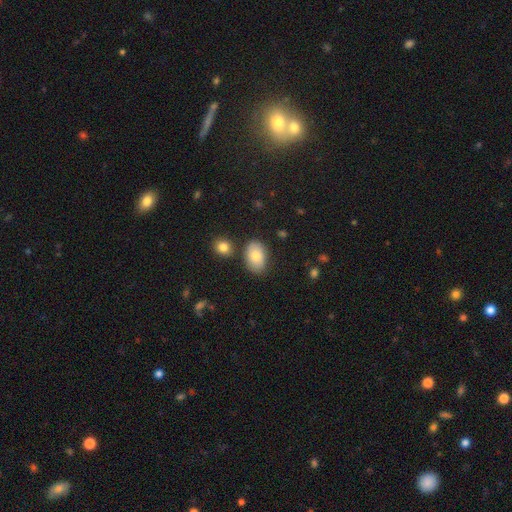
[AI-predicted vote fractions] Q: Smooth or featured?
A: smooth (80%); runner-up: featured or disk (12%)
Q: How rounded?
A: in between (87%); runner-up: round (11%)
Q: Merging?
A: none (79%); runner-up: minor disturbance (12%)